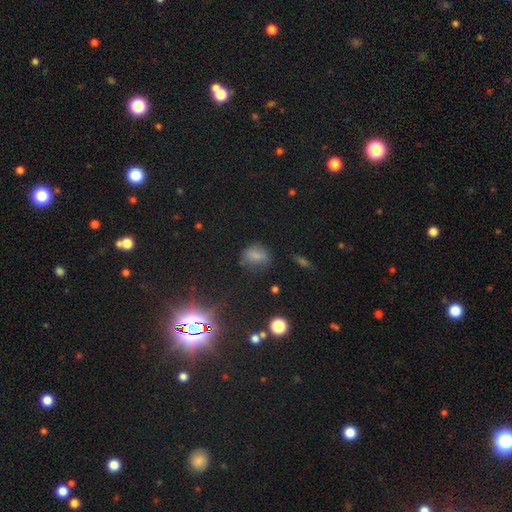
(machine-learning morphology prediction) Q: Smooth or featured?
A: smooth (72%); runner-up: star or artifact (17%)
Q: How rounded?
A: in between (57%); runner-up: round (40%)
Q: Merging?
A: none (60%); runner-up: minor disturbance (27%)